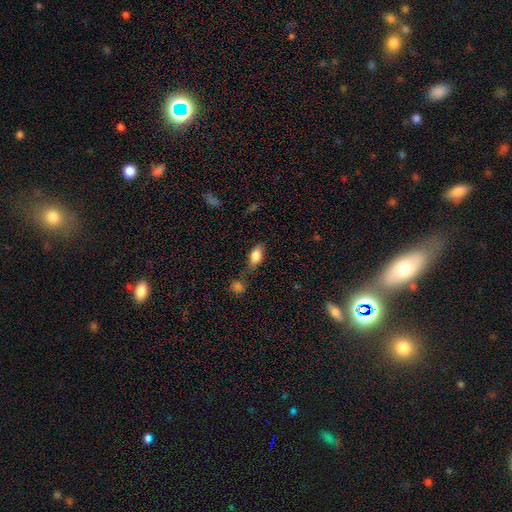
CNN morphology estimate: Smooth or featured? Predicted: smooth (p=0.81). How rounded? Predicted: in between (p=0.85). Merging? Predicted: none (p=0.66).